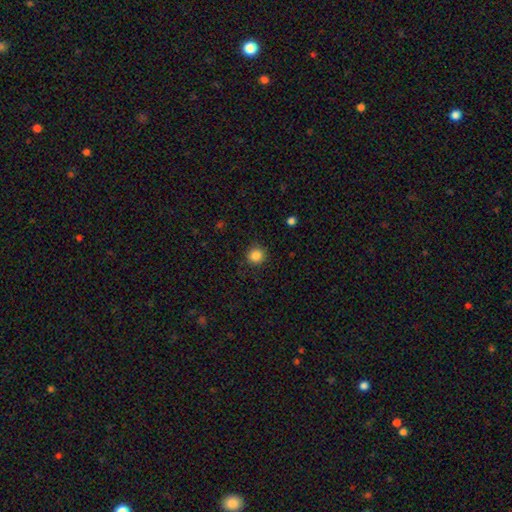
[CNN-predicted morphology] smooth 86%, star or artifact 11%, featured or disk 3%. Down the decision tree: how rounded — round (93%); merging — none (88%).